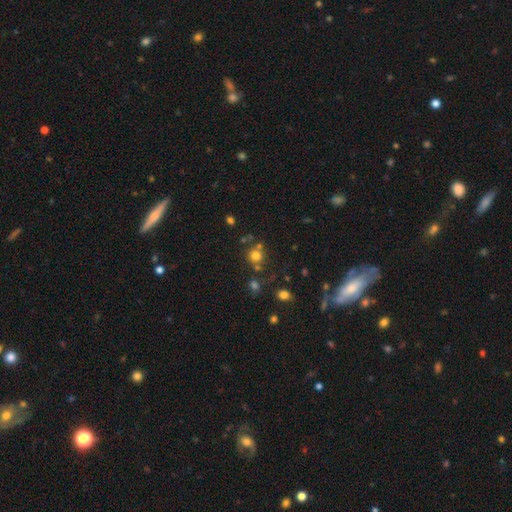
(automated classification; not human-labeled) Smooth or featured?
  - smooth: 72% *
  - star or artifact: 19%
  - featured or disk: 9%
How rounded?
  - round: 89% *
  - in between: 10%
  - cigar-shaped: 1%
Merging?
  - none: 67% *
  - merger: 19%
  - minor disturbance: 10%
  - major disturbance: 4%